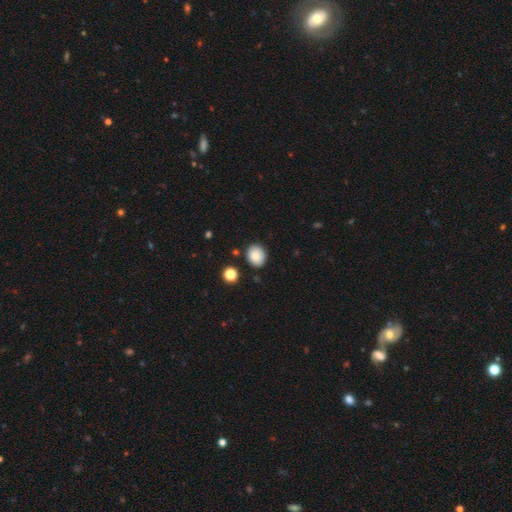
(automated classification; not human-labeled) smooth_or_featured: smooth (p=0.84) [alt: star or artifact p=0.09]
how_rounded: round (p=0.57) [alt: in between p=0.42]
merging: none (p=0.86) [alt: minor disturbance p=0.09]